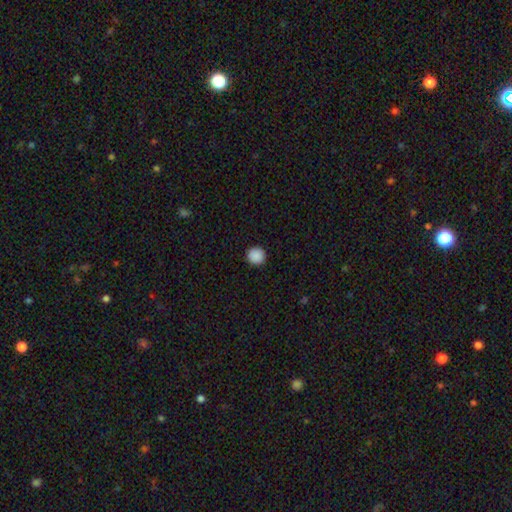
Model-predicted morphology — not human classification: Overall: smooth (90%). How rounded: round (94%). Merging: none (93%).